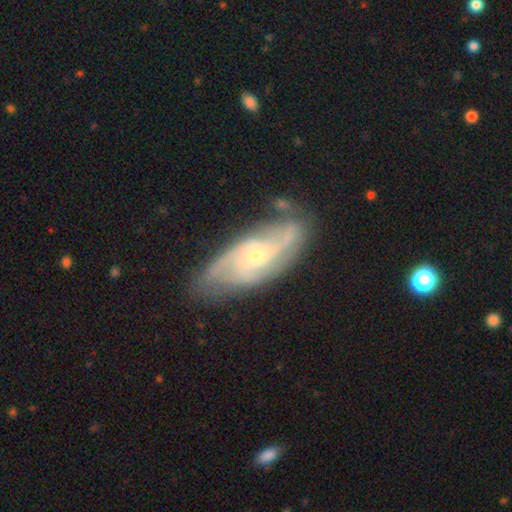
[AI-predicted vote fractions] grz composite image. It shows a featured or disk galaxy (85%) with no bar (59%), 2 (37%) medium (47%) spiral arms (96%) and a small central bulge (62%). Merging: none (70%).